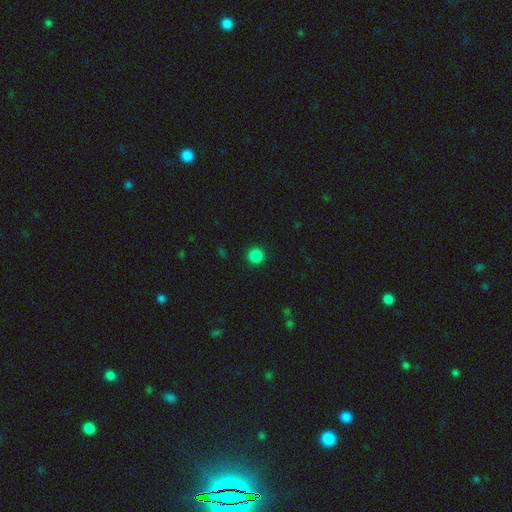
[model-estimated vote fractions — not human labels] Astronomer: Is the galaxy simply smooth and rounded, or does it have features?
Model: smooth — 86%.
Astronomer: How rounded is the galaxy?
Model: round — 95%.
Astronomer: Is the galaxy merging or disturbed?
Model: none — 92%.